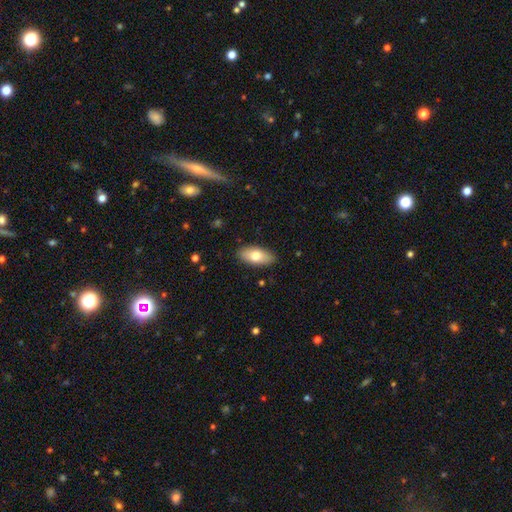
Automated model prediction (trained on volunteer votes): Morphology: type=smooth (76%); roundness=in between (87%); merging=none (88%).